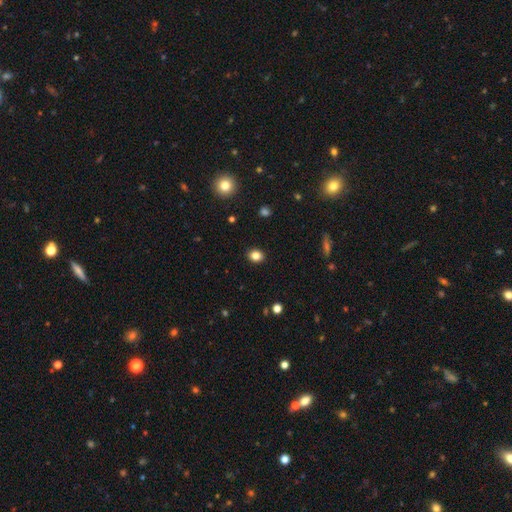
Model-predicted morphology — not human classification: Smooth or featured?
  - smooth: 84% *
  - star or artifact: 11%
  - featured or disk: 5%
How rounded?
  - round: 53% *
  - in between: 46%
  - cigar-shaped: 1%
Merging?
  - none: 90% *
  - minor disturbance: 7%
  - major disturbance: 2%
  - merger: 1%